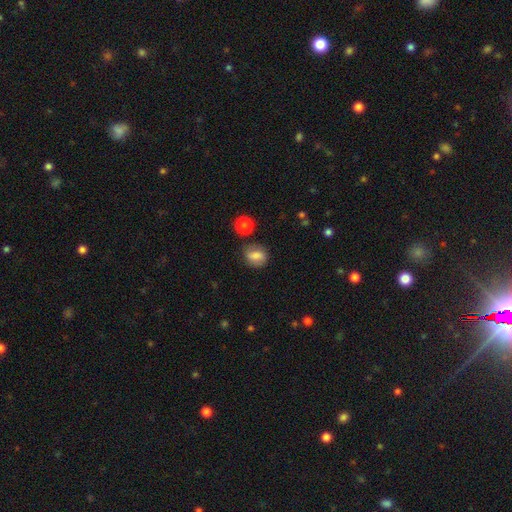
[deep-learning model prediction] This appears to be a smooth galaxy with no disk features (73%) that is in between round and cigar-shaped (50%). Merging: none (73%).